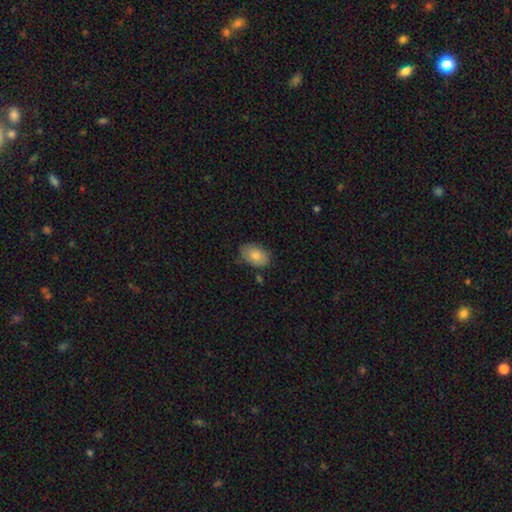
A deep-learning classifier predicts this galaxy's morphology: Smooth or featured?
  - smooth: 81% *
  - featured or disk: 12%
  - star or artifact: 7%
How rounded?
  - in between: 89% *
  - round: 10%
  - cigar-shaped: 1%
Merging?
  - none: 78% *
  - minor disturbance: 17%
  - major disturbance: 3%
  - merger: 2%